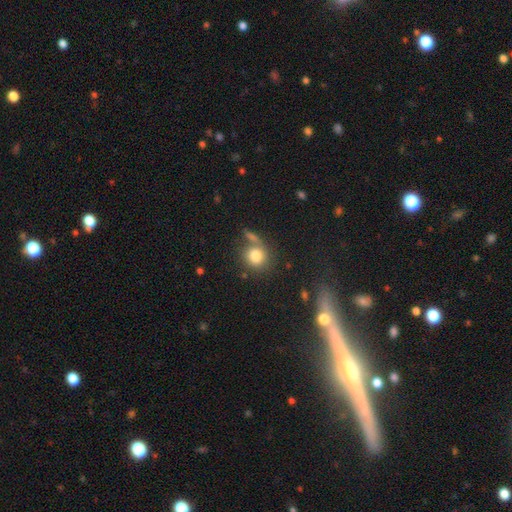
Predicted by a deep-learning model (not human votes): A smooth galaxy with no disk features (79%) that is round (83%).

Vote fractions:
- Smooth or featured? smooth: 79% / star or artifact: 11% / featured or disk: 10%
- How rounded? round: 83% / in between: 16% / cigar-shaped: 1%
- Merging? none: 61% / merger: 19% / minor disturbance: 13% / major disturbance: 7%